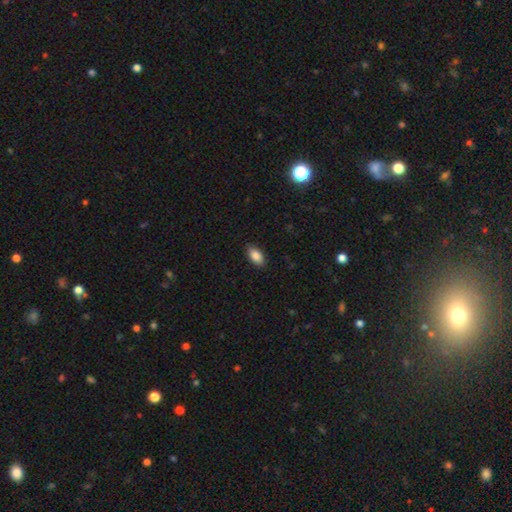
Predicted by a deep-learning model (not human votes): smooth_or_featured: smooth (p=0.87) [alt: star or artifact p=0.07]
how_rounded: in between (p=0.93) [alt: round p=0.04]
merging: none (p=0.88) [alt: minor disturbance p=0.09]